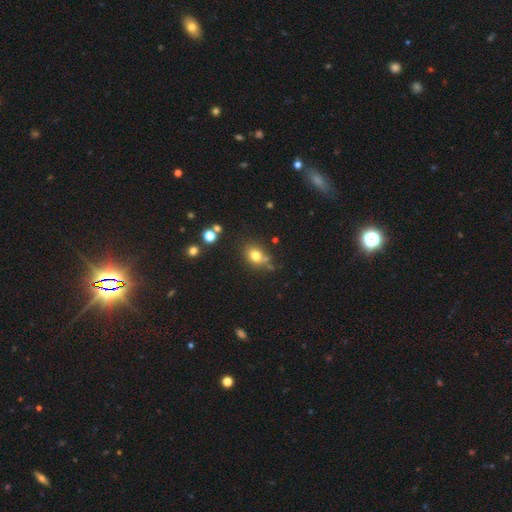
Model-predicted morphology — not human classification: Smooth or featured? Predicted: smooth (p=0.75). How rounded? Predicted: round (p=0.57). Merging? Predicted: none (p=0.66).